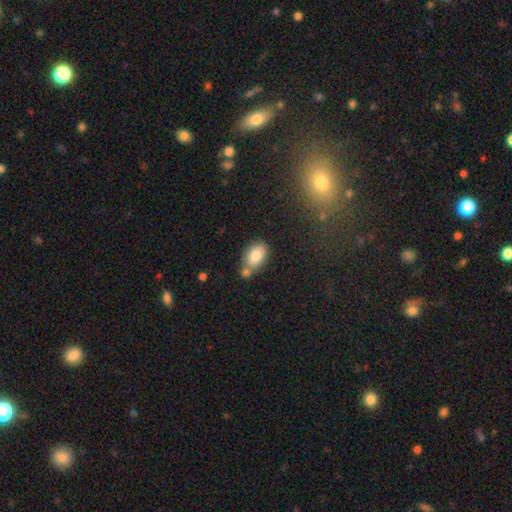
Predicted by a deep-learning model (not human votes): smooth-or-featured: smooth: 81% | featured or disk: 11% | star or artifact: 8%
  how-rounded: in between: 88% | round: 10% | cigar-shaped: 2%
  merging: none: 48% | merger: 32% | minor disturbance: 16% | major disturbance: 4%